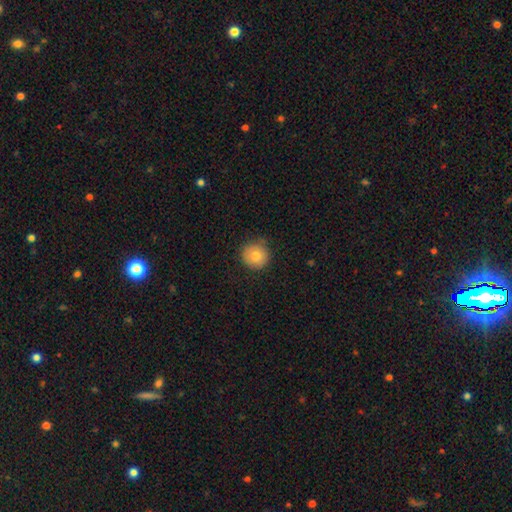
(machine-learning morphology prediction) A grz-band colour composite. It shows a smooth galaxy with no disk features (79%) that is round (94%). Merging: none (82%).